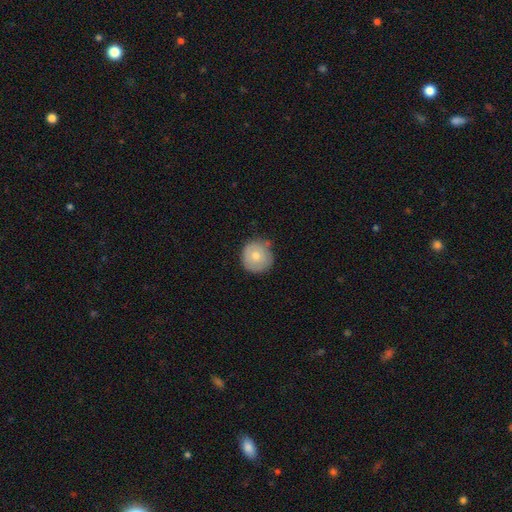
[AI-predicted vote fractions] A smooth galaxy with no disk features (71%) that is round (95%). Merging: none (76%).